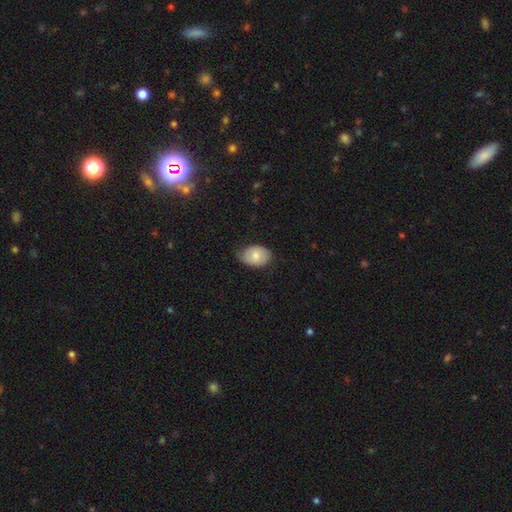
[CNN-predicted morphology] A smooth galaxy with no disk features (73%) that is in between round and cigar-shaped (83%). Merging: none (61%).